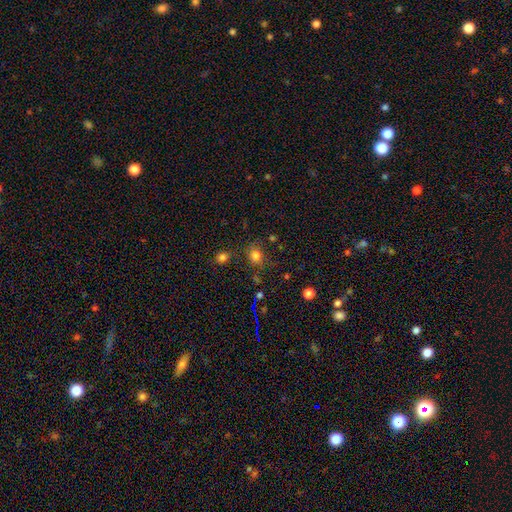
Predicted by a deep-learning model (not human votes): Smooth or featured? Predicted: smooth (p=0.78). How rounded? Predicted: round (p=0.75). Merging? Predicted: none (p=0.76).